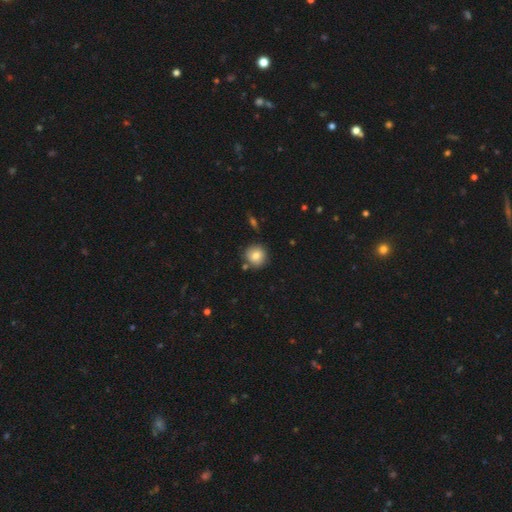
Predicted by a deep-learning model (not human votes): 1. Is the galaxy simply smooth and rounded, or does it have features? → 76% smooth, 14% featured or disk, 10% star or artifact.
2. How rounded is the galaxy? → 92% round, 7% in between, 1% cigar-shaped.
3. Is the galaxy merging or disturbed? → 81% none, 11% minor disturbance, 5% merger, 3% major disturbance.